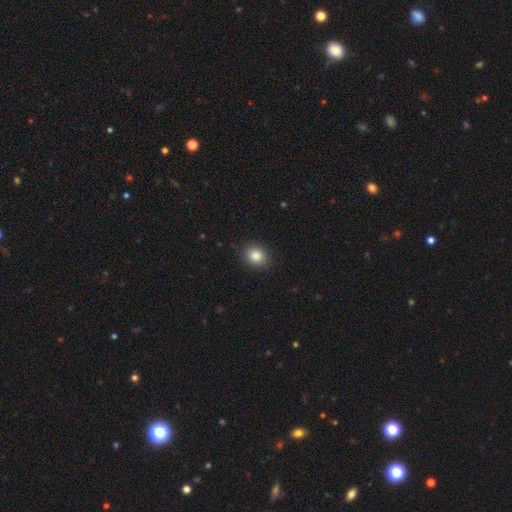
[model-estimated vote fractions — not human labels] Smooth or featured?
  - smooth: 86% *
  - star or artifact: 9%
  - featured or disk: 5%
How rounded?
  - round: 52% *
  - in between: 47%
  - cigar-shaped: 1%
Merging?
  - none: 88% *
  - minor disturbance: 9%
  - major disturbance: 2%
  - merger: 1%